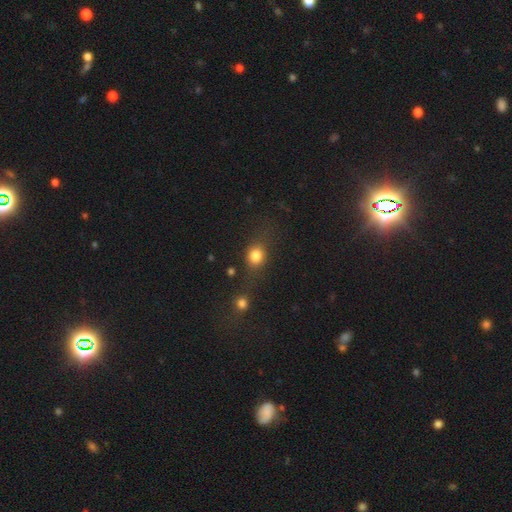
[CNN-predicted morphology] smooth 78%, star or artifact 13%, featured or disk 8%. Down the decision tree: how rounded — round (67%); merging — none (58%).